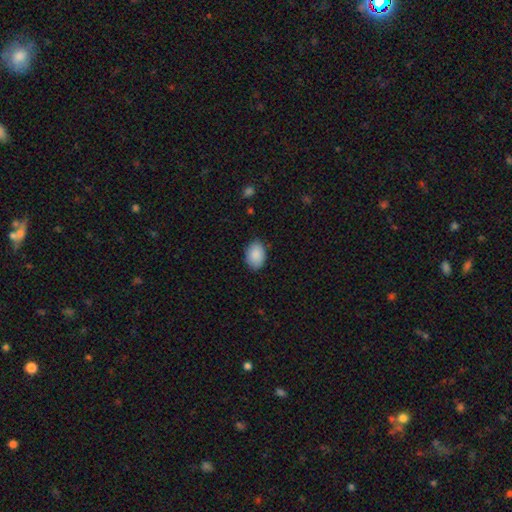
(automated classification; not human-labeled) smooth 89%, star or artifact 6%, featured or disk 4%. Down the decision tree: how rounded — in between (84%); merging — none (83%).